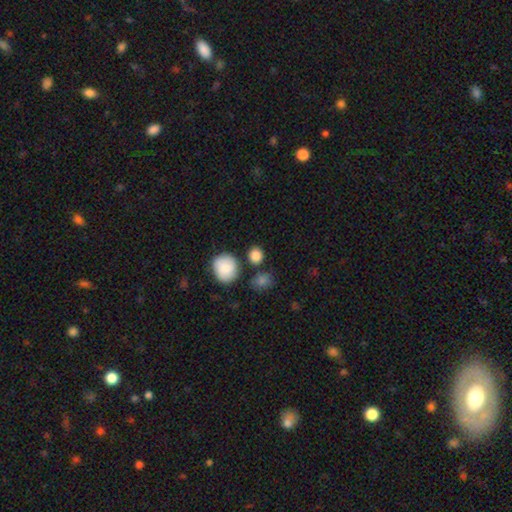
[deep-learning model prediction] smooth_or_featured: smooth (p=0.85) [alt: star or artifact p=0.08]
how_rounded: round (p=0.81) [alt: in between p=0.18]
merging: none (p=0.77) [alt: minor disturbance p=0.10]